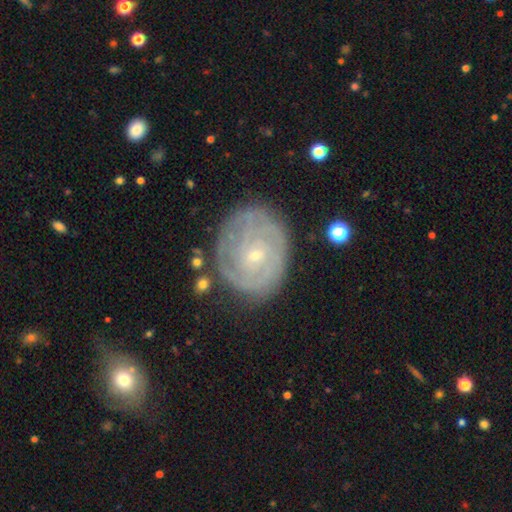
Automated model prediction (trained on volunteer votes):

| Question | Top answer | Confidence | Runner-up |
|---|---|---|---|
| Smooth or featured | featured or disk | 82% | smooth (12%) |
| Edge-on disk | no | 97% | yes (3%) |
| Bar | no | 65% | weak (29%) |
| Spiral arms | yes | 94% | no (6%) |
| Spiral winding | tight | 78% | medium (18%) |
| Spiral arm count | can't tell | 37% | 2 (22%) |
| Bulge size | small | 79% | moderate (17%) |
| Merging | none | 75% | minor disturbance (17%) |